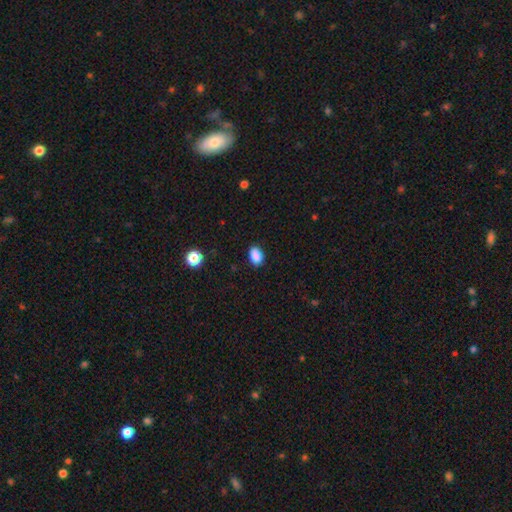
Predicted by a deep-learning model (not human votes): A smooth galaxy with no disk features (88%) that is in between round and cigar-shaped (85%). Merging: none (85%).